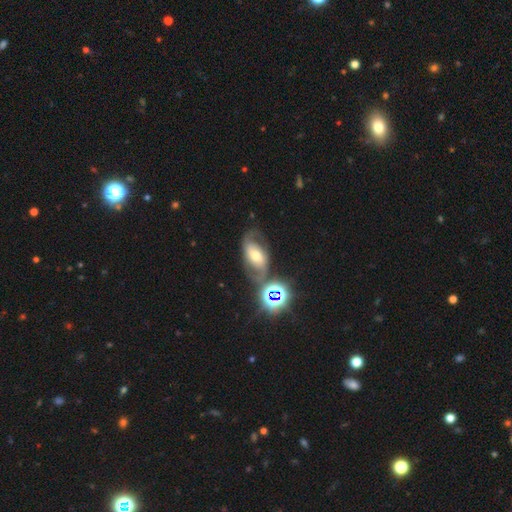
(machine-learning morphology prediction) Smooth or featured?
  - featured or disk: 60% *
  - star or artifact: 20%
  - smooth: 20%
Edge-on disk?
  - no: 95% *
  - yes: 5%
Bar?
  - no: 39% *
  - weak: 37%
  - strong: 24%
Spiral arms?
  - yes: 84% *
  - no: 16%
Bulge size?
  - moderate: 62% *
  - small: 20%
  - large: 13%
  - dominant: 2%
  - none: 2%
Merging?
  - none: 58% *
  - minor disturbance: 19%
  - major disturbance: 13%
  - merger: 11%